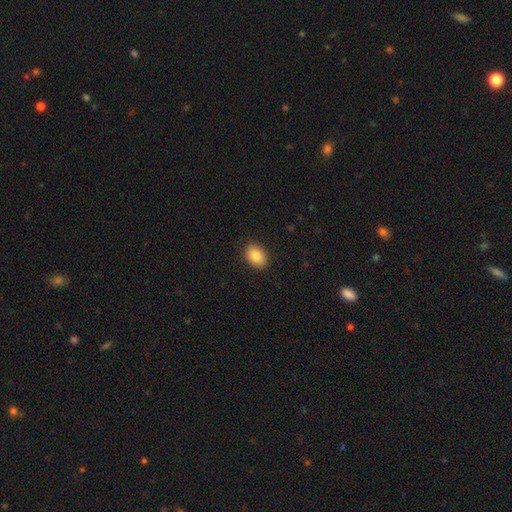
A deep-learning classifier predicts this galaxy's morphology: A smooth galaxy with no disk features (86%) that is in between round and cigar-shaped (75%).

Vote fractions:
- Smooth or featured? smooth: 86% / star or artifact: 8% / featured or disk: 6%
- How rounded? in between: 75% / round: 24% / cigar-shaped: 1%
- Merging? none: 89% / minor disturbance: 8% / major disturbance: 2% / merger: 1%